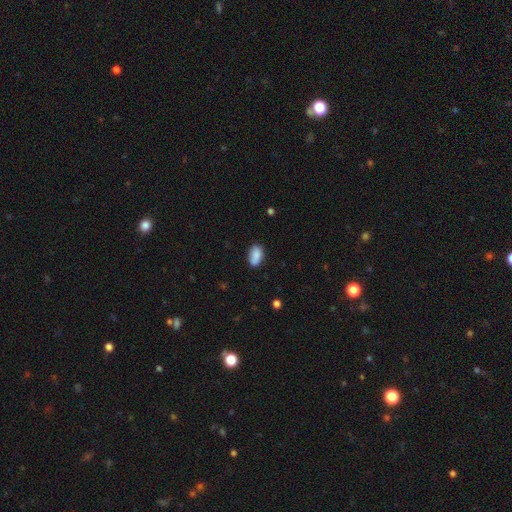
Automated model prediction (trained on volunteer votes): smooth-or-featured: smooth: 86% | star or artifact: 7% | featured or disk: 6%
  how-rounded: in between: 92% | round: 6% | cigar-shaped: 2%
  merging: none: 77% | minor disturbance: 17% | major disturbance: 3% | merger: 3%